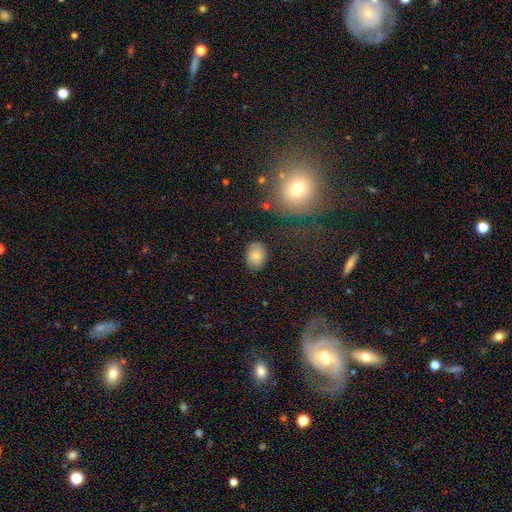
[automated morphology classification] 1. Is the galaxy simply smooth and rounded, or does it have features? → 81% smooth, 10% star or artifact, 9% featured or disk.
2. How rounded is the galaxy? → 63% in between, 36% round, 1% cigar-shaped.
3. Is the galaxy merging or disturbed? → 85% none, 11% minor disturbance, 3% major disturbance, 2% merger.